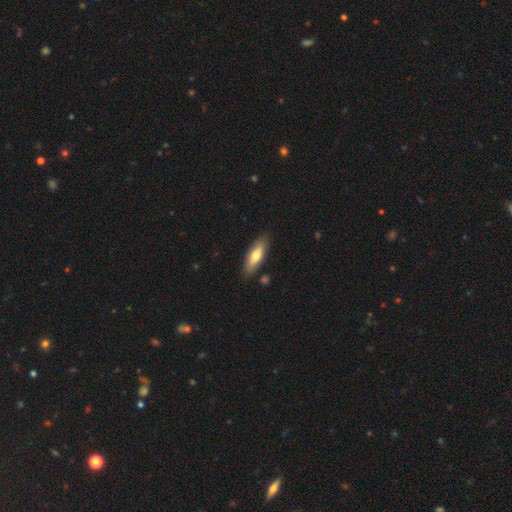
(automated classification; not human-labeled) smooth-or-featured: smooth: 64% | featured or disk: 31% | star or artifact: 6%
  how-rounded: in between: 53% | cigar-shaped: 44% | round: 2%
  merging: none: 85% | minor disturbance: 11% | merger: 2% | major disturbance: 2%